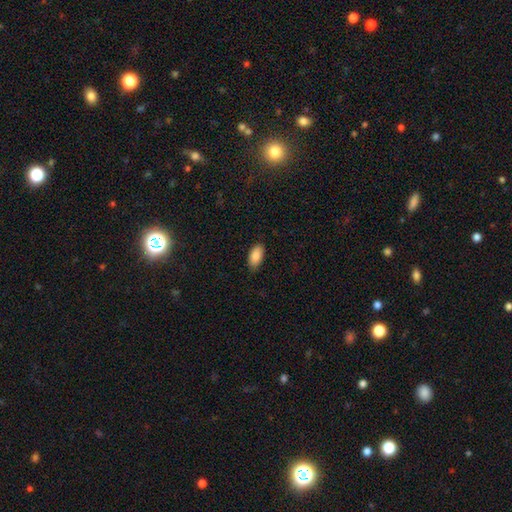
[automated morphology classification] A smooth galaxy with no disk features (88%) that is in between round and cigar-shaped (93%).

Vote fractions:
- Smooth or featured? smooth: 88% / star or artifact: 7% / featured or disk: 5%
- How rounded? in between: 93% / cigar-shaped: 5% / round: 2%
- Merging? none: 86% / minor disturbance: 11% / major disturbance: 2% / merger: 1%